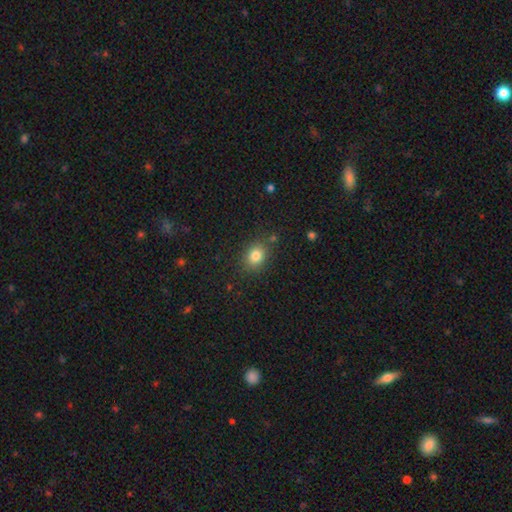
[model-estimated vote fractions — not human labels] A smooth galaxy with no disk features (82%) that is in between round and cigar-shaped (51%). Merging: none (82%).